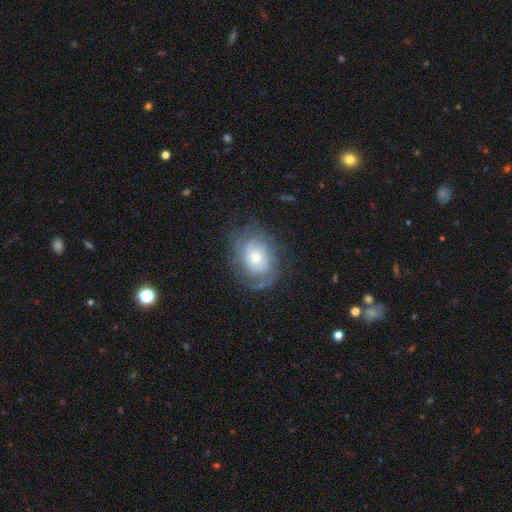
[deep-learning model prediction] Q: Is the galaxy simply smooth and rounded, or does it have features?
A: featured or disk — 70%.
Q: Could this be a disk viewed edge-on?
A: no — 96%.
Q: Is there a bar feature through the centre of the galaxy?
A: no — 76%.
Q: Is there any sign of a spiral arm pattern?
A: yes — 85%.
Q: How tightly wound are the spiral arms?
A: tight — 62%.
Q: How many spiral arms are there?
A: can't tell — 44%.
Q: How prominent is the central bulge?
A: moderate — 46%.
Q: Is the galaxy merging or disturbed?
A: none — 74%.